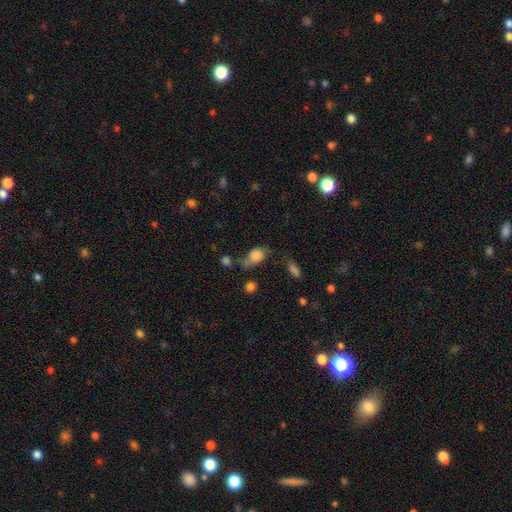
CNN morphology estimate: The model was most divided on "merging": none: 35%, minor disturbance: 29%, major disturbance: 22%, merger: 14%. More confident: how rounded — in between (76%); smooth or featured — smooth (75%).